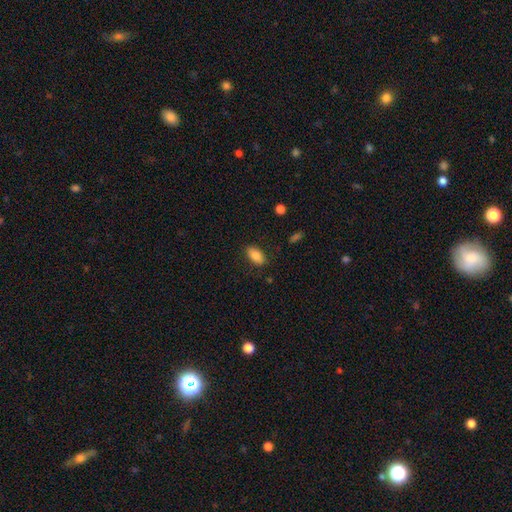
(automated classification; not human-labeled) smooth_or_featured: smooth (p=0.82) [alt: featured or disk p=0.10]
how_rounded: in between (p=0.90) [alt: round p=0.05]
merging: none (p=0.84) [alt: minor disturbance p=0.12]